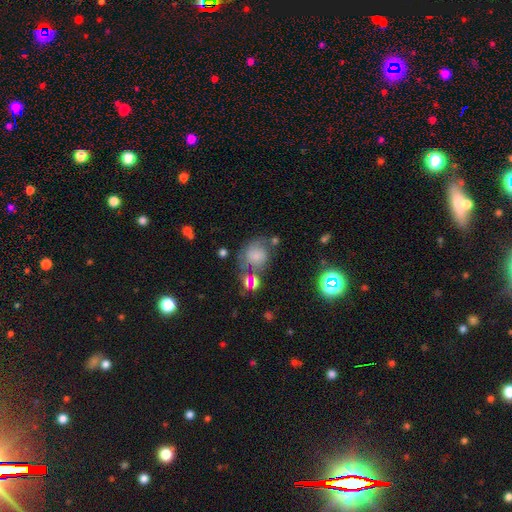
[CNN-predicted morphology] A smooth galaxy with no disk features (57%) that is round (72%). Merging: none (44%).